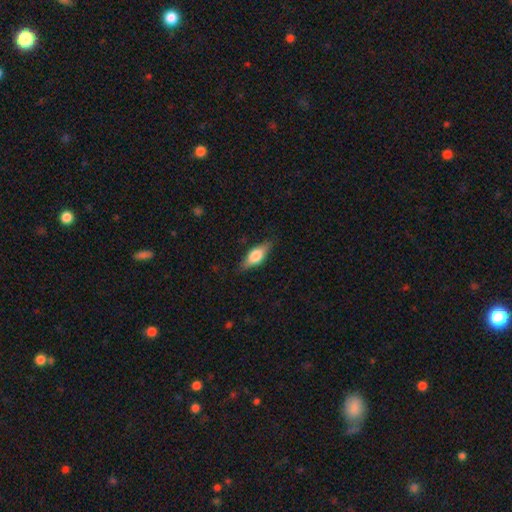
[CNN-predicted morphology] This is possibly a smooth galaxy (58%). How rounded: likely in between (70%). Merging: clearly none (83%).